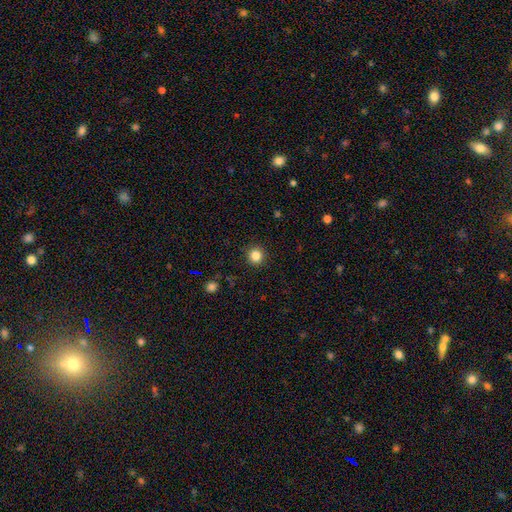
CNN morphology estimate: This is clearly a smooth galaxy (84%). How rounded: clearly round (94%). Merging: clearly none (91%).